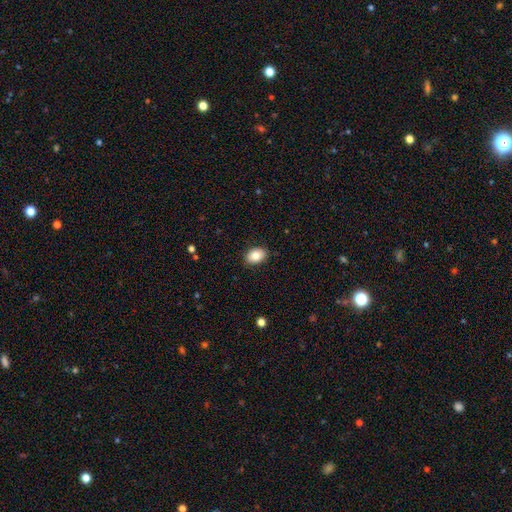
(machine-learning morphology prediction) type=smooth (83%); roundness=in between (75%); merging=none (88%).